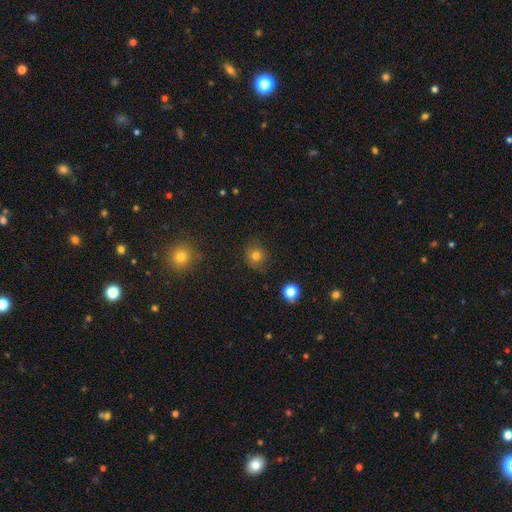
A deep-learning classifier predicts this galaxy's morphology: Q: Smooth or featured?
A: smooth (77%); runner-up: star or artifact (16%)
Q: How rounded?
A: round (90%); runner-up: in between (10%)
Q: Merging?
A: none (84%); runner-up: minor disturbance (11%)